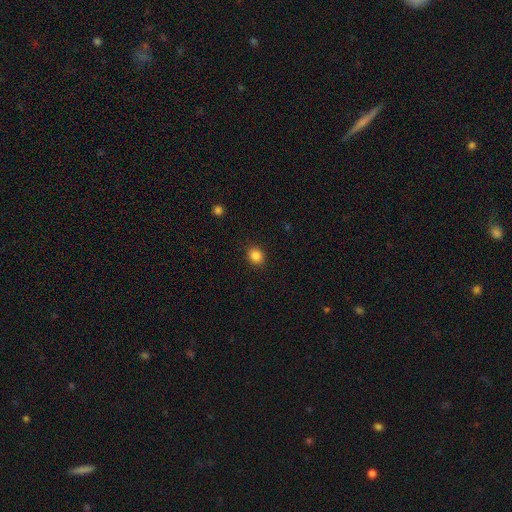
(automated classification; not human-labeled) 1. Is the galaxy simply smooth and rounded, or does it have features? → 86% smooth, 10% star or artifact, 4% featured or disk.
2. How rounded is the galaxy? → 62% round, 37% in between, 1% cigar-shaped.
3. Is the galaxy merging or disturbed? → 89% none, 7% minor disturbance, 2% major disturbance, 1% merger.